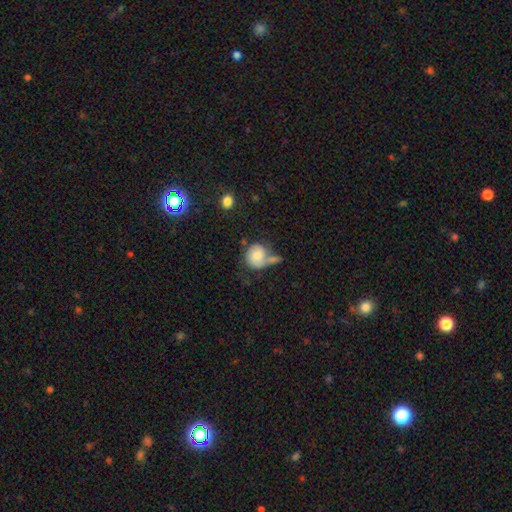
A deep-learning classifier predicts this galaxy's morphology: A smooth galaxy with no disk features (62%) that is round (78%).

Vote fractions:
- Smooth or featured? smooth: 62% / featured or disk: 29% / star or artifact: 9%
- How rounded? round: 78% / in between: 21% / cigar-shaped: 1%
- Merging? none: 32% / merger: 28% / minor disturbance: 22% / major disturbance: 19%